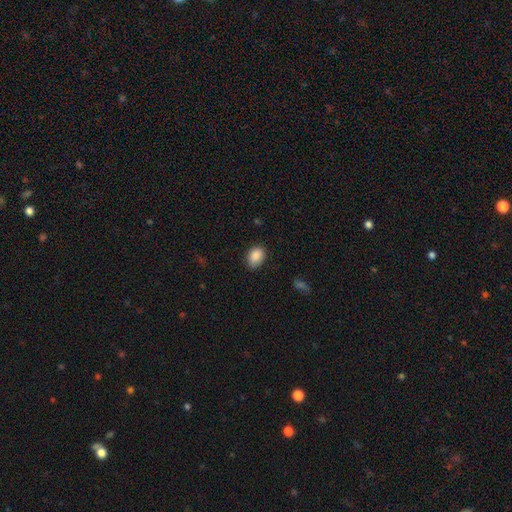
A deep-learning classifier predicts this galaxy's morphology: Smooth or featured? Predicted: smooth (p=0.88). How rounded? Predicted: in between (p=0.81). Merging? Predicted: none (p=0.78).